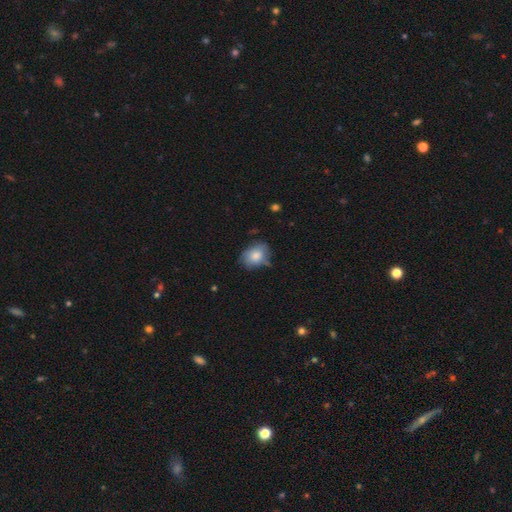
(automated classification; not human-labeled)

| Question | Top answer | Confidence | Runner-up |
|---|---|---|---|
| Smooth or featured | smooth | 78% | featured or disk (15%) |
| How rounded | in between | 61% | round (38%) |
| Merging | none | 59% | minor disturbance (30%) |